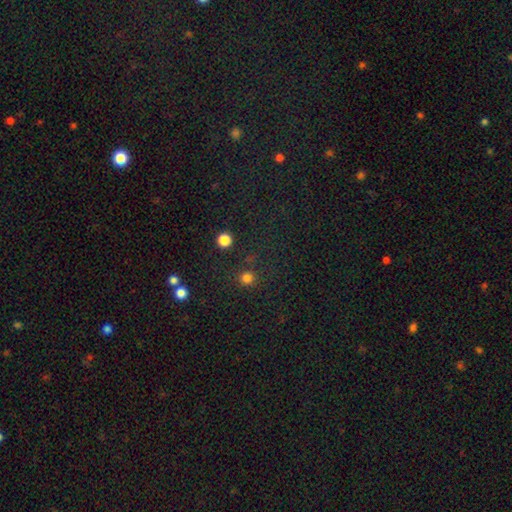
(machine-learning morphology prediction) Smooth or featured: star or artifact — 62% (smooth — 29%)